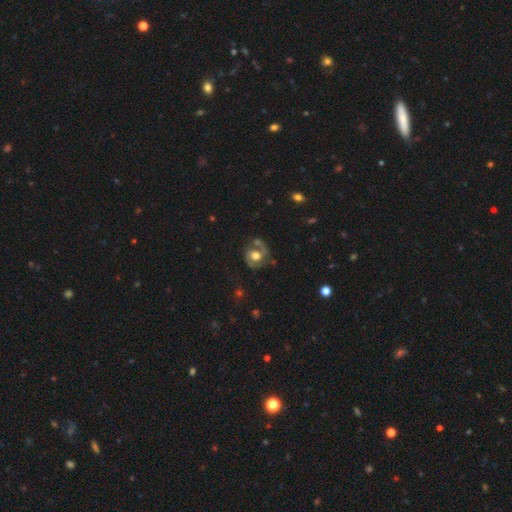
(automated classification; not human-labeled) Morphology: type=featured or disk (64%); edge-on=no (97%); bar=no (65%); spiral arms=yes (75%); bulge=moderate (53%); merging=none (58%).